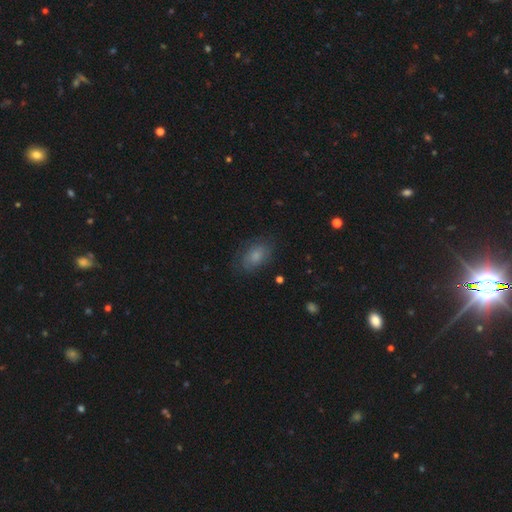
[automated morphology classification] This is likely a smooth galaxy (71%). How rounded: clearly in between (86%). Merging: likely none (75%).